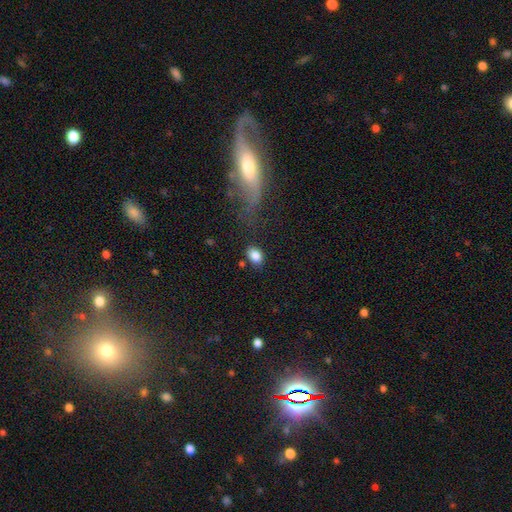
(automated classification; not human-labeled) Q: Smooth or featured?
A: smooth (85%); runner-up: star or artifact (9%)
Q: How rounded?
A: in between (73%); runner-up: round (26%)
Q: Merging?
A: none (76%); runner-up: minor disturbance (14%)